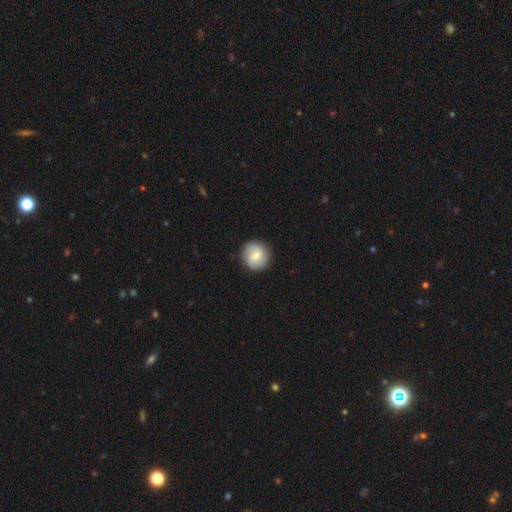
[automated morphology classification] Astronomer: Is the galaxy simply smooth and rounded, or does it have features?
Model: smooth — 63%.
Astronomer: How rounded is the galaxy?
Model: round — 93%.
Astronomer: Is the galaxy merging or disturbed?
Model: none — 89%.